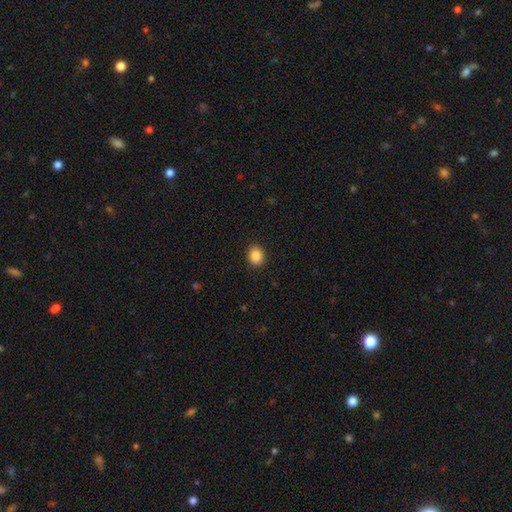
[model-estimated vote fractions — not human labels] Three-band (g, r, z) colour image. It shows a smooth galaxy with no disk features (87%) that is round (62%). Merging: none (91%).